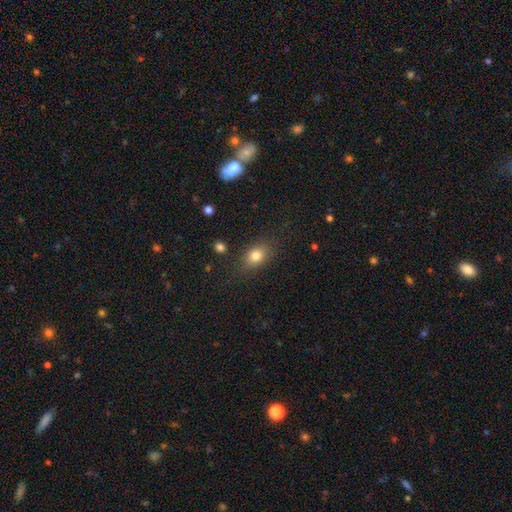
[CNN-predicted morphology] This appears to be a smooth galaxy with no disk features (80%) that is in between round and cigar-shaped (65%). Merging: none (81%).